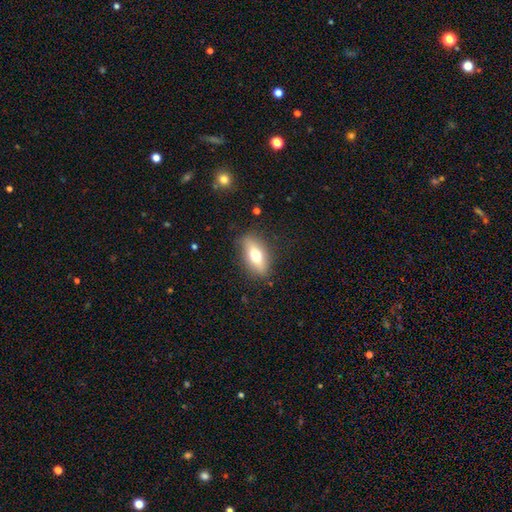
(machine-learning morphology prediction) A smooth galaxy with no disk features (57%) that is in between round and cigar-shaped (72%).

Vote fractions:
- Smooth or featured? smooth: 57% / featured or disk: 35% / star or artifact: 8%
- How rounded? in between: 72% / cigar-shaped: 22% / round: 7%
- Merging? none: 84% / minor disturbance: 12% / major disturbance: 3% / merger: 1%